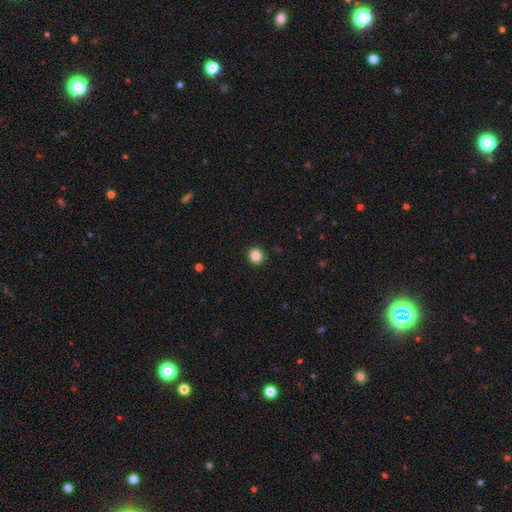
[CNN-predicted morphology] Overall: smooth (85%). How rounded: round (91%). Merging: none (93%).